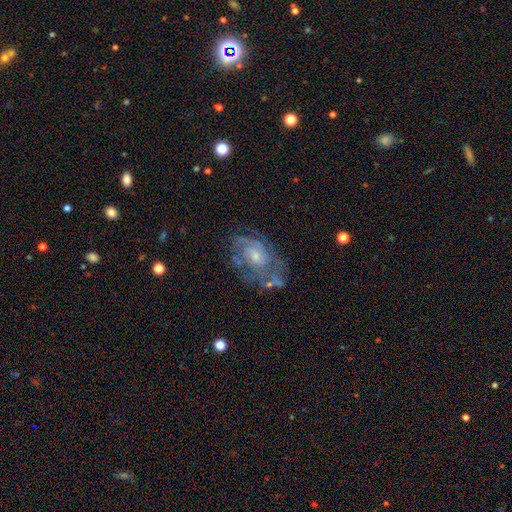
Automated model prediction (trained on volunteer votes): This appears to be a featured or disk galaxy (77%) with no bar (73%), tight (54%) spiral arms (82%) and a small central bulge (56%). Merging: none (59%).